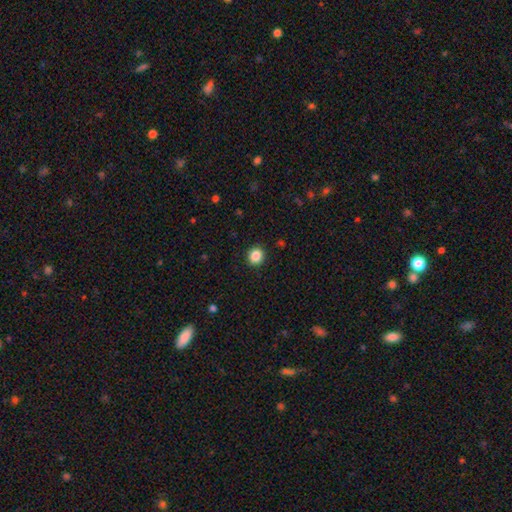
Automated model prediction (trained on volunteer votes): Smooth or featured: smooth — 87% (star or artifact — 10%)
How rounded: round — 86% (in between — 13%)
Merging: none — 92% (minor disturbance — 5%)